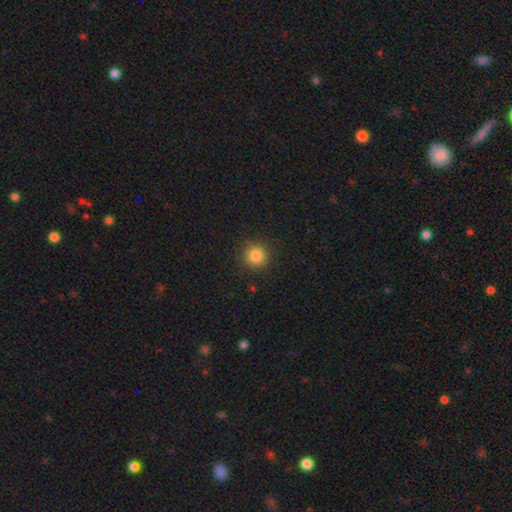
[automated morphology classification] Smooth or featured? smooth (83%)
How rounded? round (93%)
Merging? none (89%)